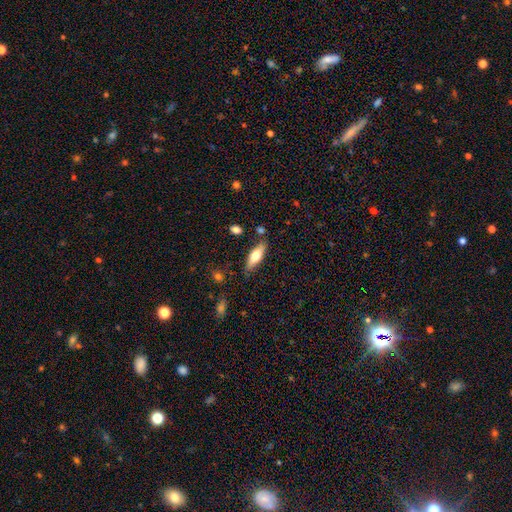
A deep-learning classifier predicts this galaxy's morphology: This is likely a smooth galaxy (63%). How rounded: possibly in between (56%). Merging: likely none (79%).